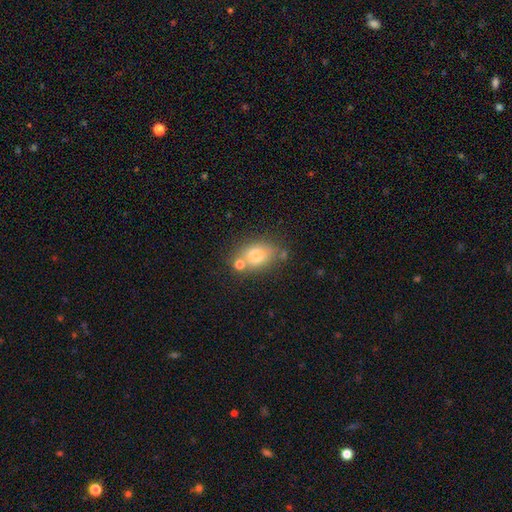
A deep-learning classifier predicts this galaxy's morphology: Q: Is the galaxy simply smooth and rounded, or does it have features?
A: smooth — 74%.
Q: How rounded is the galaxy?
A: in between — 71%.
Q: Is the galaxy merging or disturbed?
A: none — 62%.